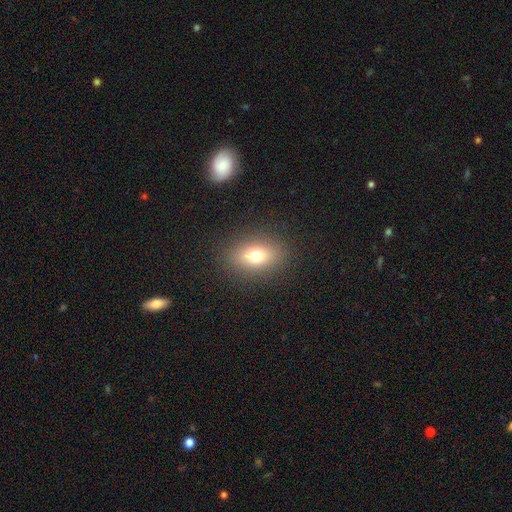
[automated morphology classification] type=smooth (72%); roundness=in between (72%); merging=none (88%).